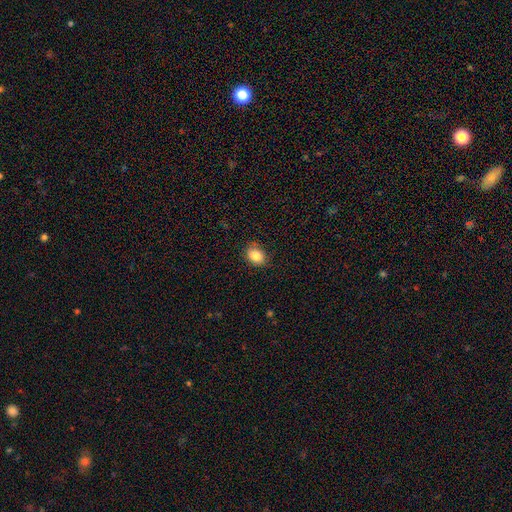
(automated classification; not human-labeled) Smooth or featured?
  - smooth: 86% *
  - star or artifact: 9%
  - featured or disk: 6%
How rounded?
  - in between: 70% *
  - round: 29%
  - cigar-shaped: 1%
Merging?
  - none: 81% *
  - minor disturbance: 15%
  - major disturbance: 3%
  - merger: 1%